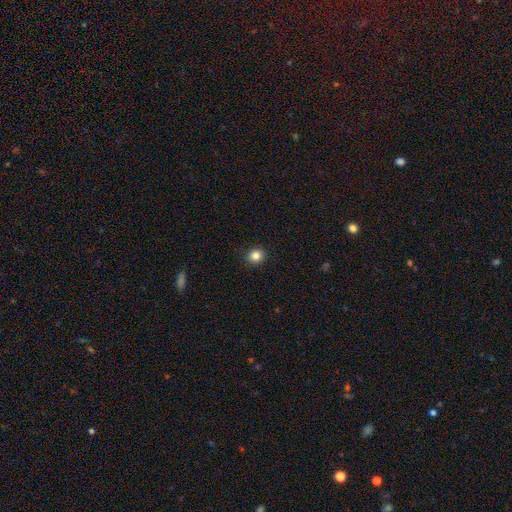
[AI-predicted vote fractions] Overall: smooth (84%). How rounded: round (82%). Merging: none (92%).